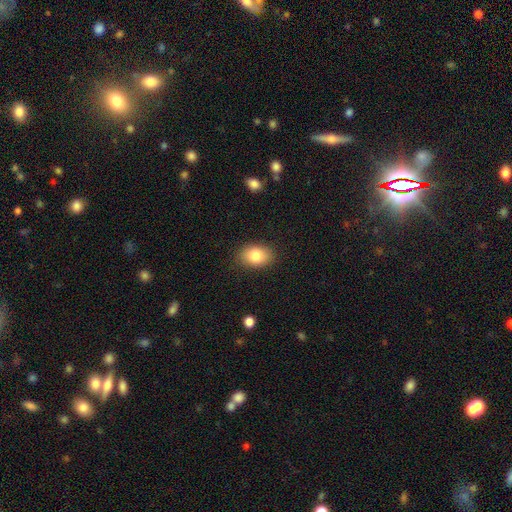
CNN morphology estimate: Q: Smooth or featured?
A: smooth (84%); runner-up: featured or disk (9%)
Q: How rounded?
A: in between (80%); runner-up: round (19%)
Q: Merging?
A: none (86%); runner-up: minor disturbance (10%)